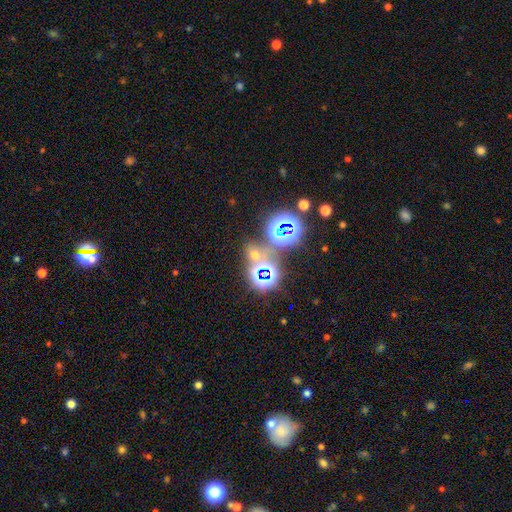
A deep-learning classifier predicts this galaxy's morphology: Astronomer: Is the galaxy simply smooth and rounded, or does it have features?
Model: star or artifact — 61%.